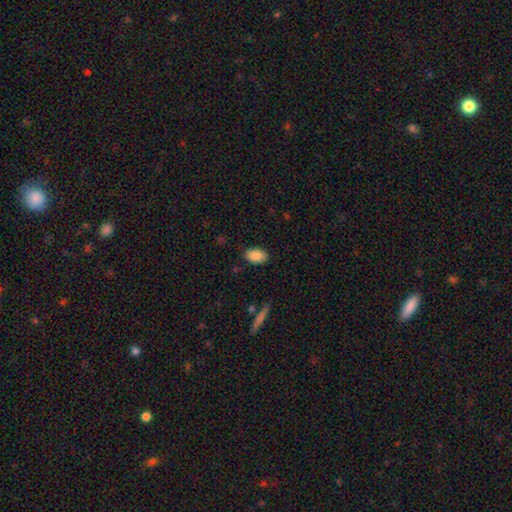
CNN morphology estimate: The model was most divided on "merging": none: 86%, minor disturbance: 11%, major disturbance: 3%, merger: 1%. More confident: how rounded — in between (91%); smooth or featured — smooth (89%).